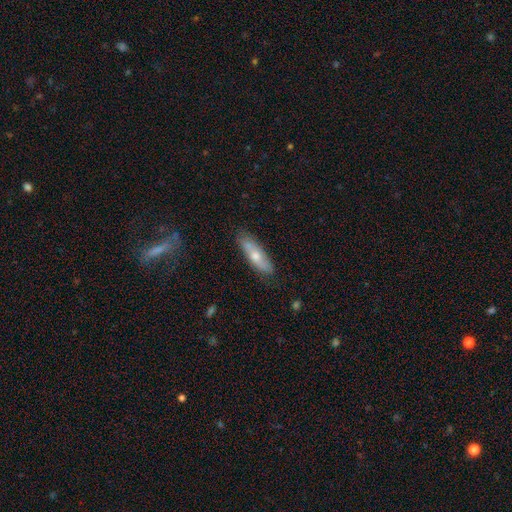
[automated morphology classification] The model was most divided on "how rounded": cigar-shaped: 58%, in between: 40%, round: 2%. More confident: merging — none (79%); smooth or featured — smooth (60%).